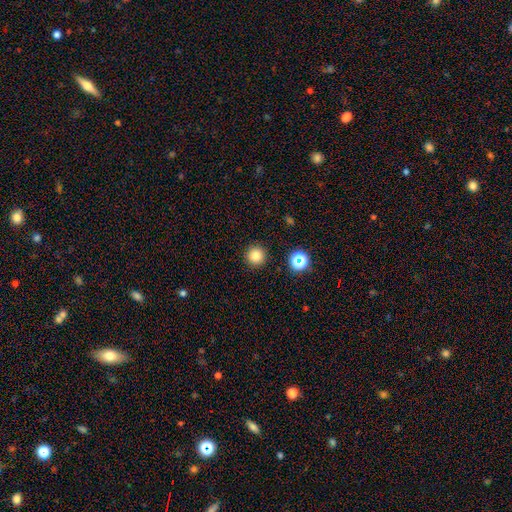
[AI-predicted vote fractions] Smooth or featured: smooth — 82% (star or artifact — 13%)
How rounded: round — 96% (in between — 3%)
Merging: none — 91% (minor disturbance — 5%)